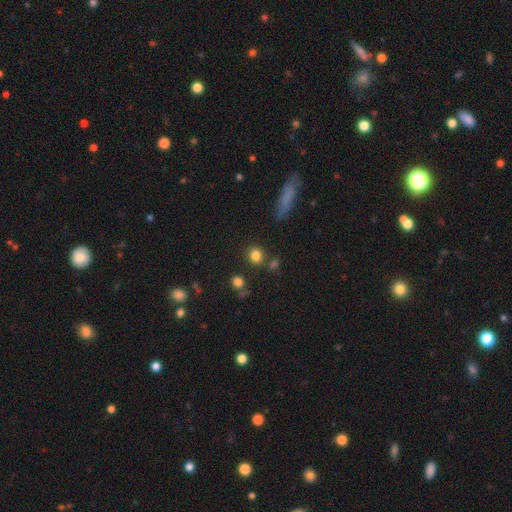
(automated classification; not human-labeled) This appears to be a smooth galaxy with no disk features (82%) that is round (79%). Merging: none (80%).